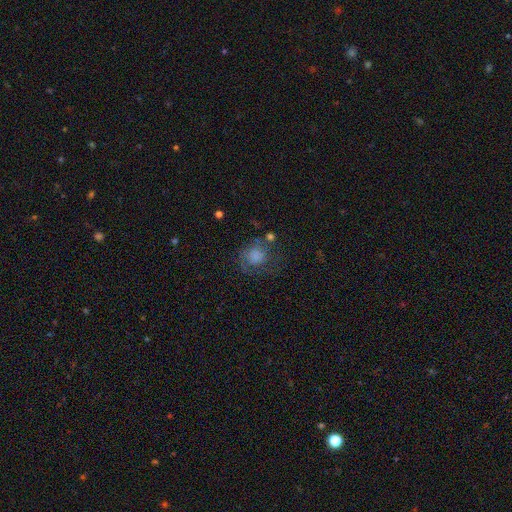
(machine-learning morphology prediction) A smooth galaxy with no disk features (62%) that is round (75%). Merging: none (50%).